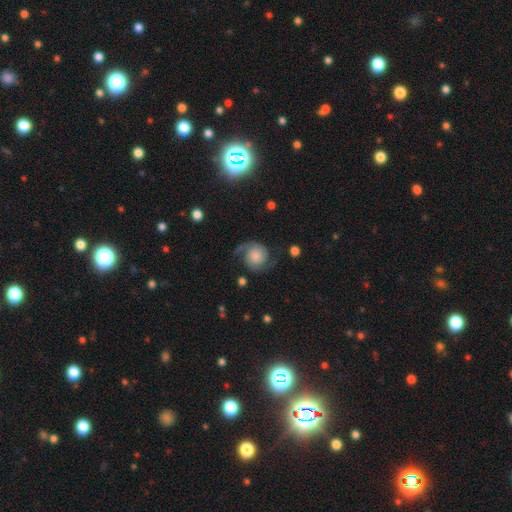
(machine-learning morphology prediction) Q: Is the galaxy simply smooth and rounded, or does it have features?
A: featured or disk — 81%.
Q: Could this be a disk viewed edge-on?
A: no — 98%.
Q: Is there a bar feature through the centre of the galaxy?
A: no — 78%.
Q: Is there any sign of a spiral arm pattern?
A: yes — 97%.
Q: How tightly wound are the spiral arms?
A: medium — 42%, tied with loose.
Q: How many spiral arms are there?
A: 2 — 94%.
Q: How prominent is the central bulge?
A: small — 23%, tied with large.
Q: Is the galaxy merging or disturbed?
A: none — 75%.